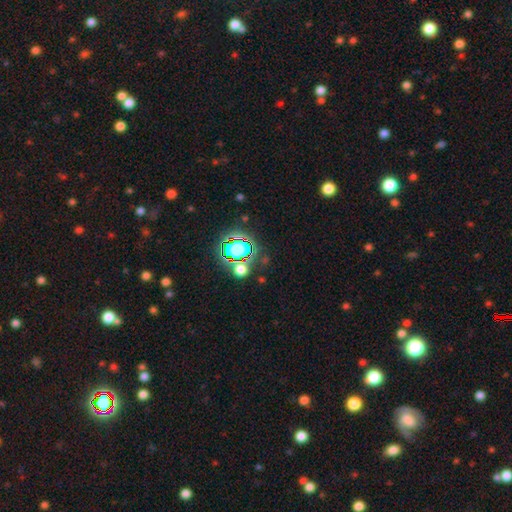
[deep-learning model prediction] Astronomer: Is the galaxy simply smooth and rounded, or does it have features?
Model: star or artifact — 80%.